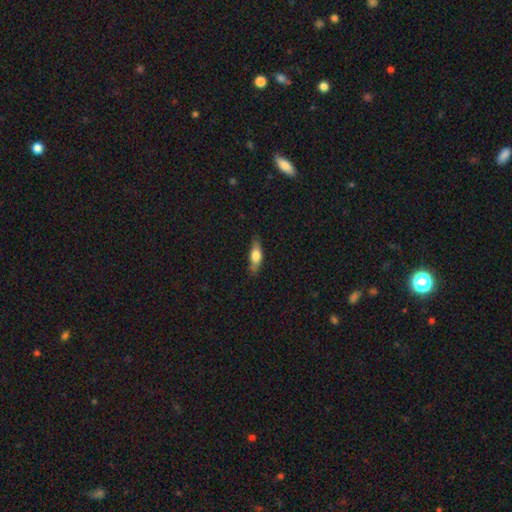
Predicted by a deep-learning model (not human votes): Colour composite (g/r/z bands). It shows a smooth galaxy with no disk features (62%) that is in between round and cigar-shaped (55%). Merging: none (75%).